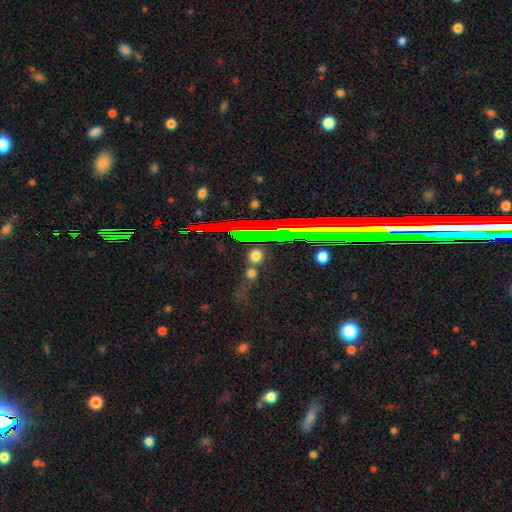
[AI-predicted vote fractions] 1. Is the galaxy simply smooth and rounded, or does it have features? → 55% smooth, 34% star or artifact, 11% featured or disk.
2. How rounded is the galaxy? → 75% round, 20% in between, 5% cigar-shaped.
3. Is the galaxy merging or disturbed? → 62% none, 17% merger, 13% minor disturbance, 8% major disturbance.